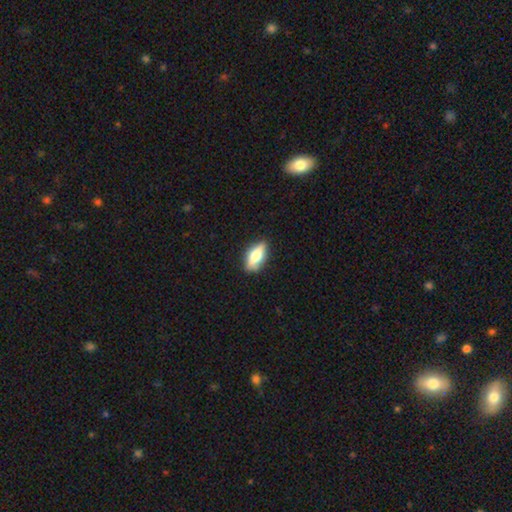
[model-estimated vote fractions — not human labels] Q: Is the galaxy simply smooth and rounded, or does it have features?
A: smooth — 61%.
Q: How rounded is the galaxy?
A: in between — 74%.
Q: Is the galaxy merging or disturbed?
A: none — 84%.